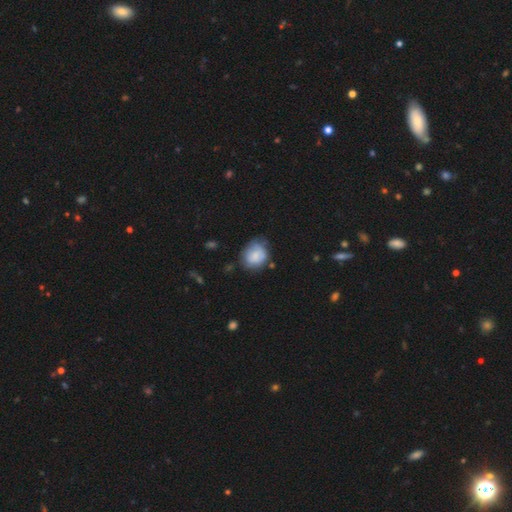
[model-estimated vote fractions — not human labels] smooth 71%, featured or disk 22%, star or artifact 8%. Down the decision tree: how rounded — round (62%); merging — none (56%).